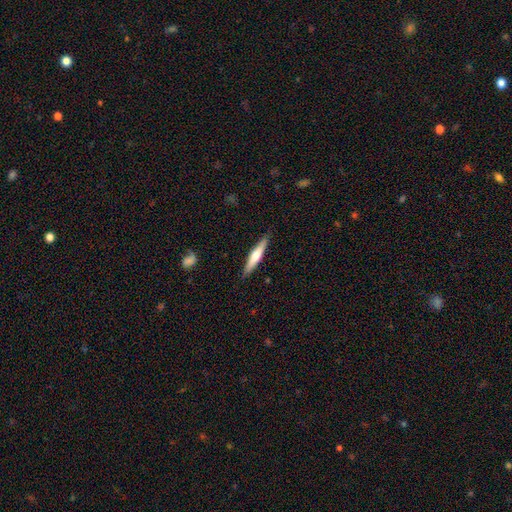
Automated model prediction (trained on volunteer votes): The model was most divided on "smooth or featured": featured or disk: 48%, smooth: 47%, star or artifact: 5%. More confident: merging — none (88%).